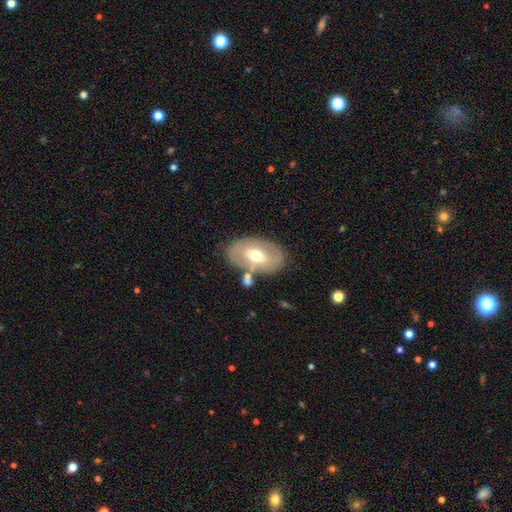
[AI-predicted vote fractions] smooth 47%, featured or disk 46%, star or artifact 7%. Down the decision tree: merging — none (72%).